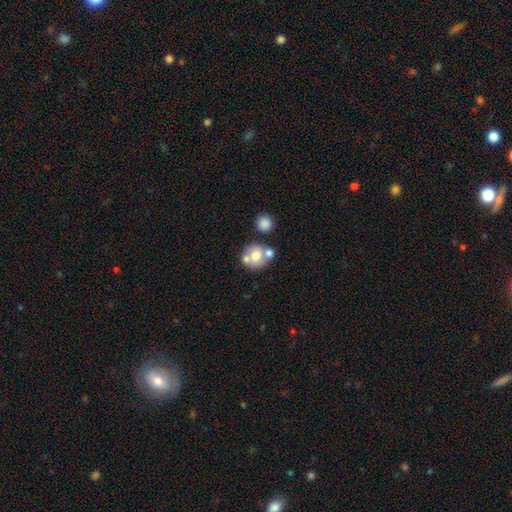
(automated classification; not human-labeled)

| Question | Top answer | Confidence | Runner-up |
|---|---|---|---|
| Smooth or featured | smooth | 62% | featured or disk (28%) |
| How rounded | round | 74% | in between (25%) |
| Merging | none | 49% | merger (35%) |